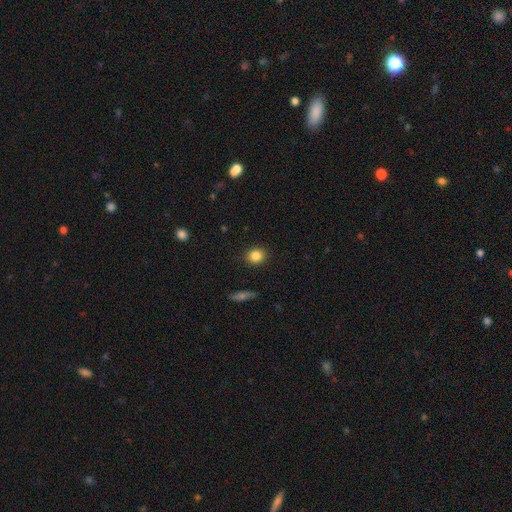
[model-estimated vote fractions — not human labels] smooth-or-featured: smooth: 84% | star or artifact: 10% | featured or disk: 5%
  how-rounded: round: 77% | in between: 22% | cigar-shaped: 1%
  merging: none: 89% | minor disturbance: 7% | major disturbance: 2% | merger: 1%